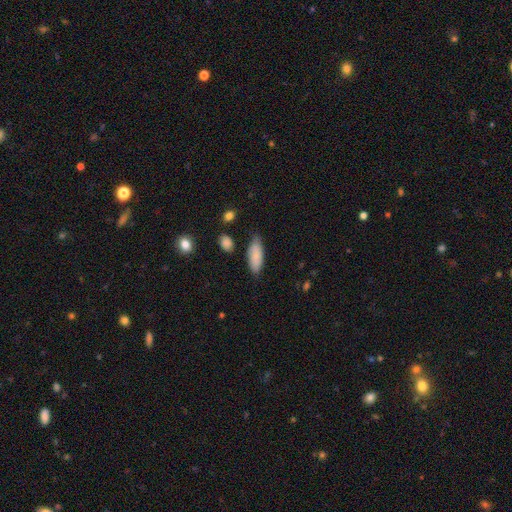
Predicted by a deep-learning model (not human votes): Q: Smooth or featured?
A: smooth (84%); runner-up: featured or disk (10%)
Q: How rounded?
A: in between (73%); runner-up: cigar-shaped (25%)
Q: Merging?
A: none (77%); runner-up: minor disturbance (18%)